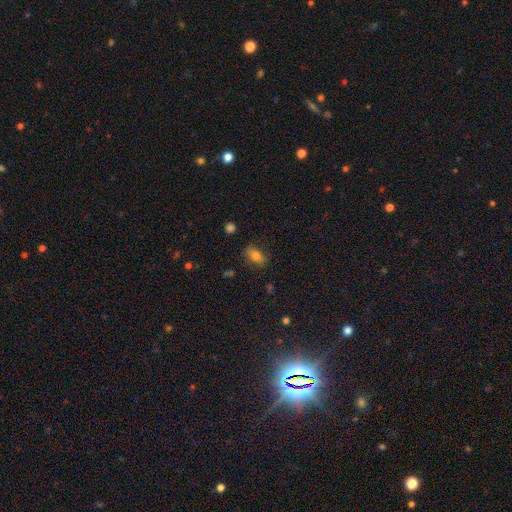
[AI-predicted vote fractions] This appears to be a smooth galaxy with no disk features (75%) that is in between round and cigar-shaped (83%). Merging: none (77%).